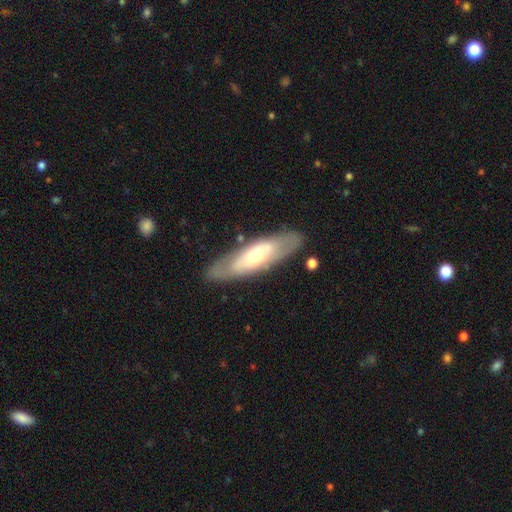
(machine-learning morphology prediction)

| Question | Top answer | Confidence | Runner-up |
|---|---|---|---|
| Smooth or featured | featured or disk | 57% | smooth (37%) |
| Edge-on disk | no | 69% | yes (31%) |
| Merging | none | 81% | minor disturbance (12%) |